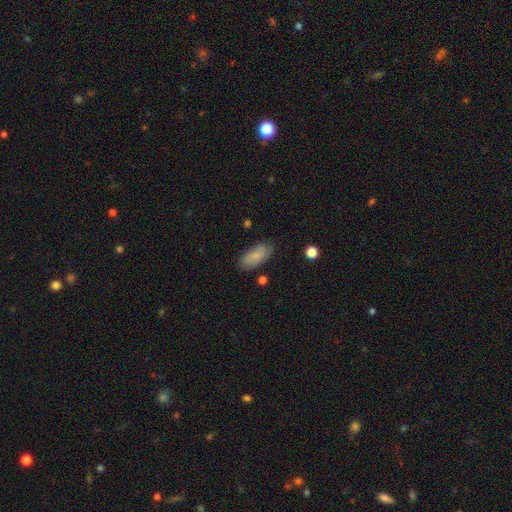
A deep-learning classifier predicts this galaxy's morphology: smooth_or_featured: smooth (p=0.71) [alt: featured or disk p=0.21]
how_rounded: in between (p=0.89) [alt: cigar-shaped p=0.08]
merging: none (p=0.79) [alt: minor disturbance p=0.16]